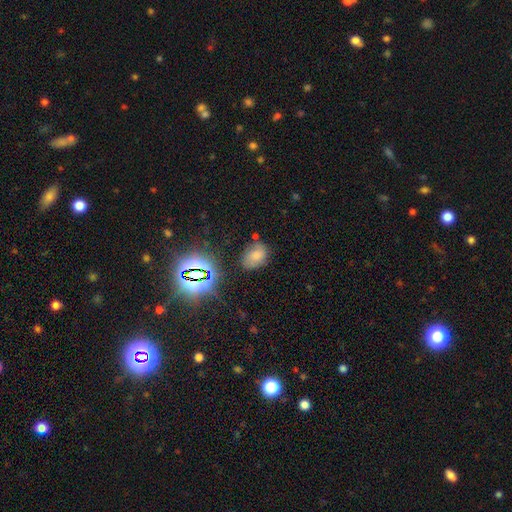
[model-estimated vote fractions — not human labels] Smooth or featured: smooth — 66% (star or artifact — 20%)
How rounded: in between — 74% (round — 24%)
Merging: none — 63% (minor disturbance — 24%)